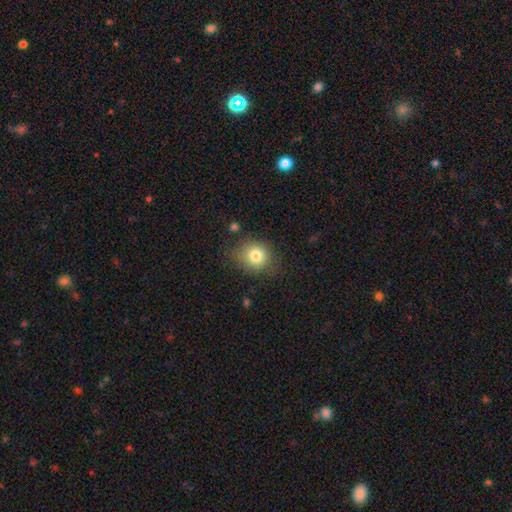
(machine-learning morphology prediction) The model was most divided on "how rounded": round: 71%, in between: 28%, cigar-shaped: 1%. More confident: smooth or featured — smooth (80%); merging — none (75%).